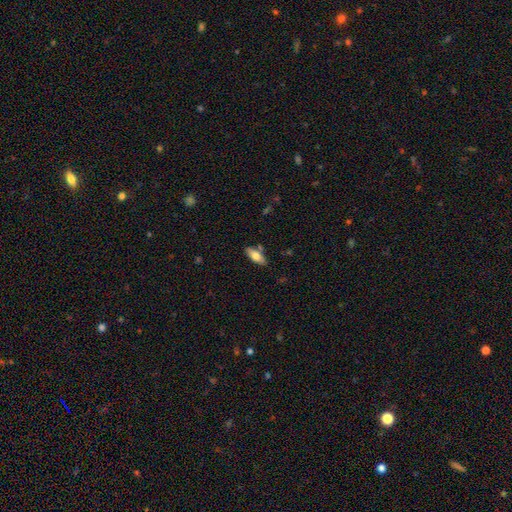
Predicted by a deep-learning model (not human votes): The model was most divided on "smooth or featured": smooth: 70%, featured or disk: 23%, star or artifact: 7%. More confident: merging — none (80%); how rounded — in between (78%).